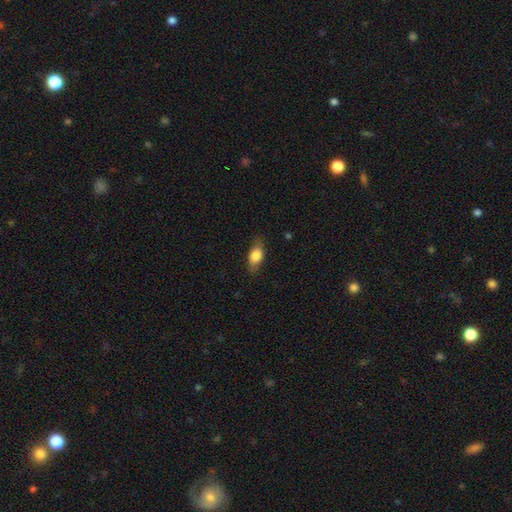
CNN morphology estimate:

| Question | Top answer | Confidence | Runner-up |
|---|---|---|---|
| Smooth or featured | smooth | 76% | featured or disk (17%) |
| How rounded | in between | 80% | cigar-shaped (12%) |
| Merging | none | 80% | minor disturbance (15%) |